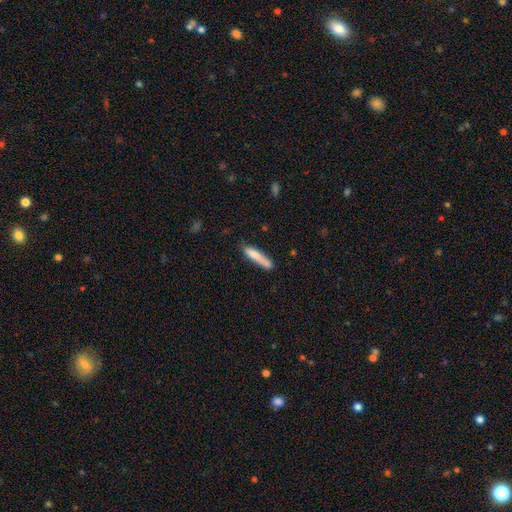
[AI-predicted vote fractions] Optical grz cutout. It shows a smooth galaxy with no disk features (76%) that is cigar-shaped (87%). Merging: none (60%).